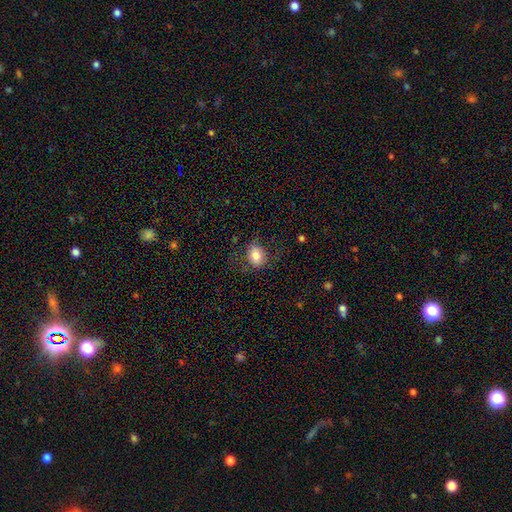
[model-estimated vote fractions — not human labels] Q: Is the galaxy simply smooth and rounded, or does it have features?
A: smooth — 81%.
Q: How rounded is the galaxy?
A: in between — 56%.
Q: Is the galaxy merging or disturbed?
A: none — 72%.